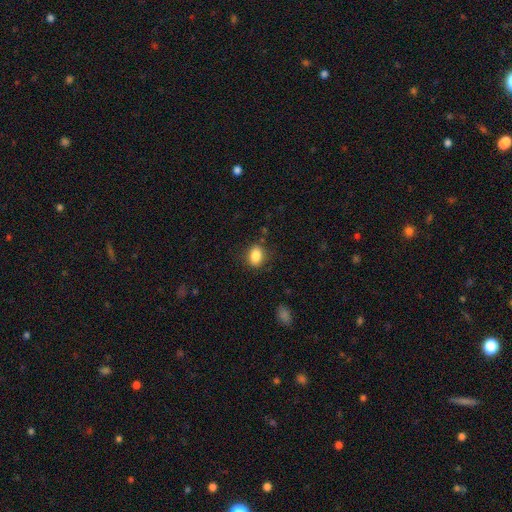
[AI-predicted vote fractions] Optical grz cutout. It shows a smooth galaxy with no disk features (86%) that is in between round and cigar-shaped (74%). Merging: none (84%).